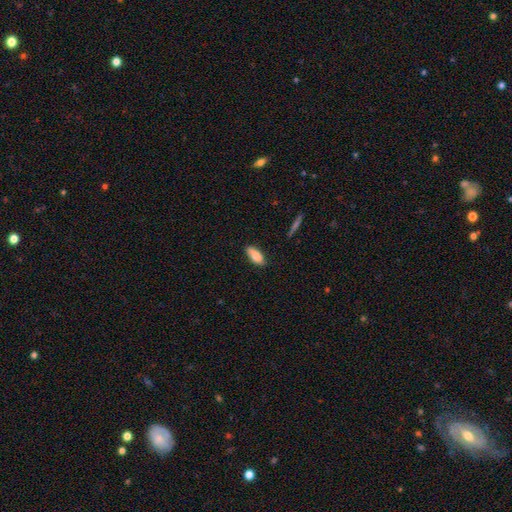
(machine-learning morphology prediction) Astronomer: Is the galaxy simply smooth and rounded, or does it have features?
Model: smooth — 81%.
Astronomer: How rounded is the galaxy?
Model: in between — 82%.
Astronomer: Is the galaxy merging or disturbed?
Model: none — 75%.